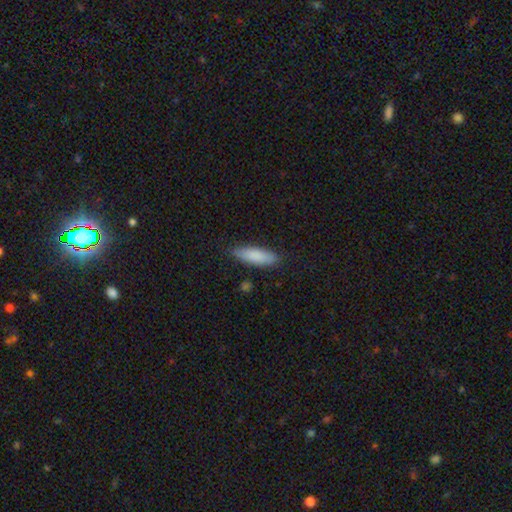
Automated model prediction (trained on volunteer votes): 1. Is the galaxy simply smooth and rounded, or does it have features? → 86% smooth, 8% featured or disk, 6% star or artifact.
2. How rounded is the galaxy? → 52% cigar-shaped, 46% in between, 2% round.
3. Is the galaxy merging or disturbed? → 84% none, 12% minor disturbance, 2% major disturbance, 1% merger.